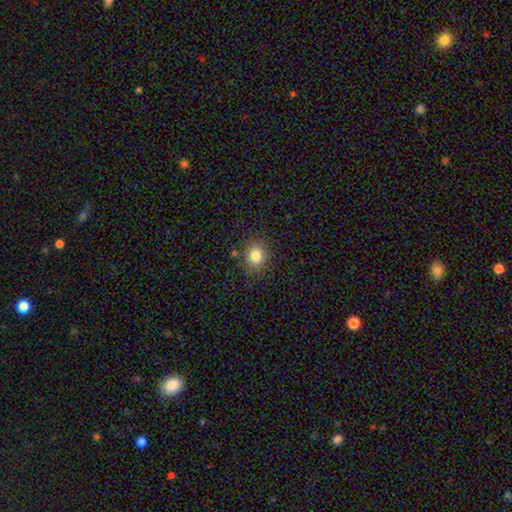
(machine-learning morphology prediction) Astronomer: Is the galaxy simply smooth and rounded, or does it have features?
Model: smooth — 81%.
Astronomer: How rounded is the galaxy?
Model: round — 65%.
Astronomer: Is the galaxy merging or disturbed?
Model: none — 83%.